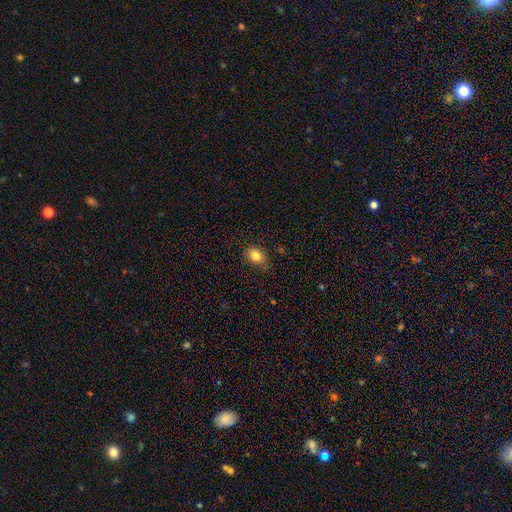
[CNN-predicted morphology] A smooth galaxy with no disk features (83%) that is in between round and cigar-shaped (70%).

Vote fractions:
- Smooth or featured? smooth: 83% / star or artifact: 10% / featured or disk: 8%
- How rounded? in between: 70% / round: 28% / cigar-shaped: 2%
- Merging? none: 72% / minor disturbance: 22% / major disturbance: 5% / merger: 1%